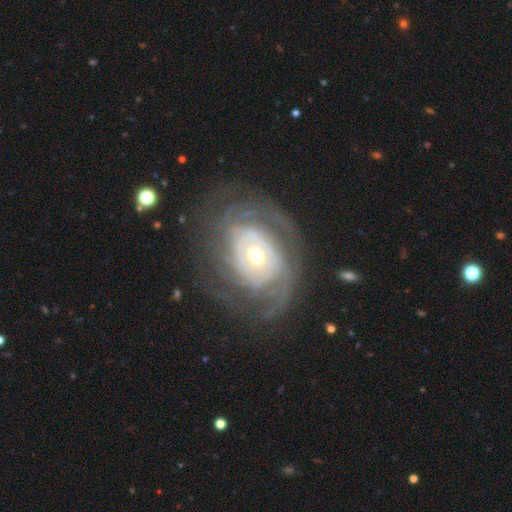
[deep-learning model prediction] Smooth or featured? featured or disk (87%)
Edge-on disk? no (96%)
Bar? no (72%)
Spiral arms? yes (92%)
Spiral winding? tight (73%)
Spiral arm count? can't tell (39%)
Bulge size? moderate (64%)
Merging? none (70%)